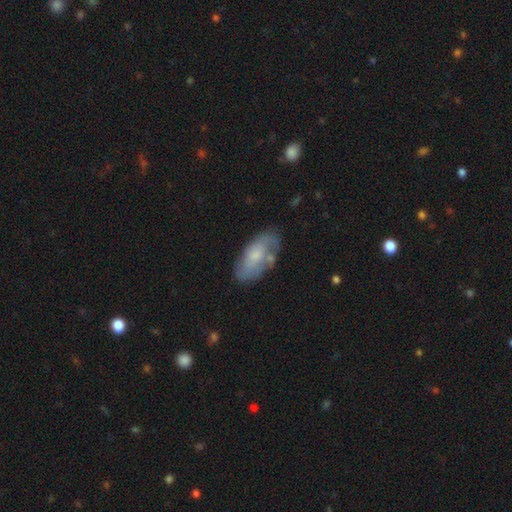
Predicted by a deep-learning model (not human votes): smooth 47%, featured or disk 46%, star or artifact 7%. Down the decision tree: merging — none (62%).